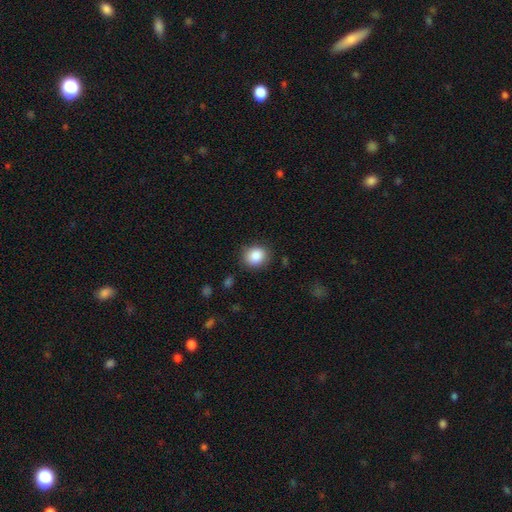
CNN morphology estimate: Smooth or featured: smooth — 87% (star or artifact — 8%)
How rounded: round — 71% (in between — 28%)
Merging: none — 84% (minor disturbance — 11%)